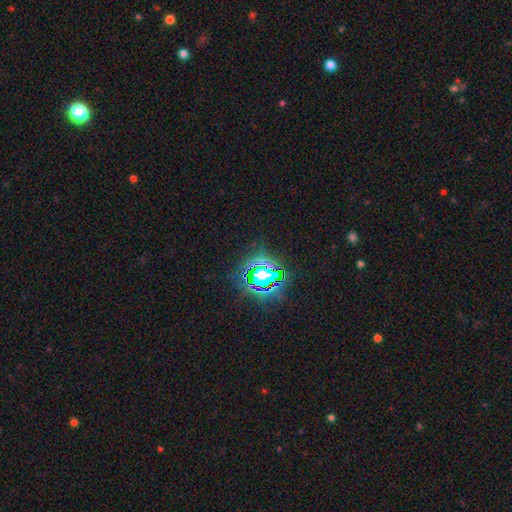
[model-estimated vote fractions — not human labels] This appears to be a star or artifact, not a galaxy (82%).